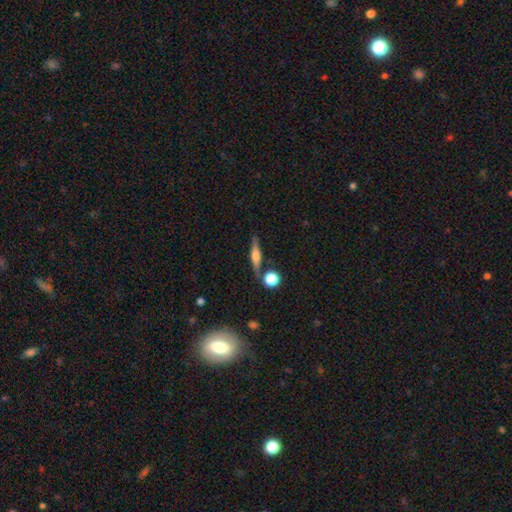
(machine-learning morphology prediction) Q: Smooth or featured?
A: featured or disk (59%); runner-up: smooth (32%)
Q: Edge-on disk?
A: yes (96%); runner-up: no (4%)
Q: Edge-on bulge?
A: rounded (78%); runner-up: boxy (16%)
Q: Merging?
A: none (80%); runner-up: minor disturbance (10%)